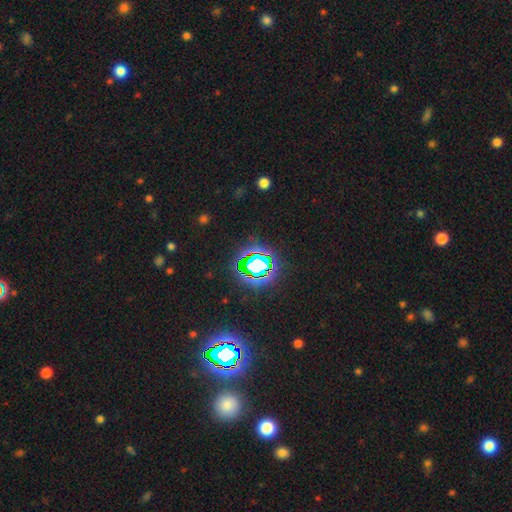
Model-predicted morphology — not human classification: A star or artifact, not a galaxy (81%).

Vote fractions:
- Smooth or featured? star or artifact: 81% / smooth: 12% / featured or disk: 8%